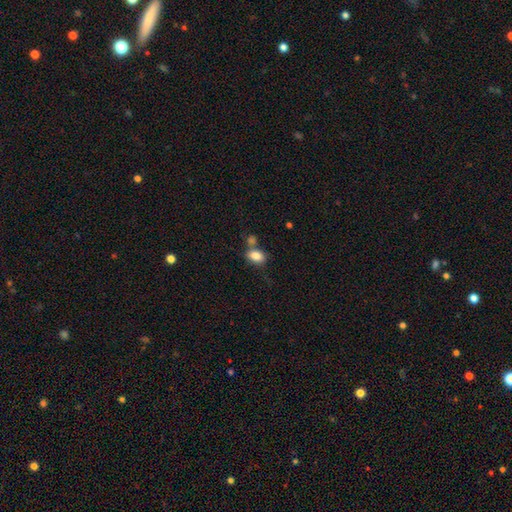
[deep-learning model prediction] The model was most divided on "merging": none: 52%, merger: 29%, minor disturbance: 14%, major disturbance: 5%. More confident: smooth or featured — smooth (84%); how rounded — in between (76%).